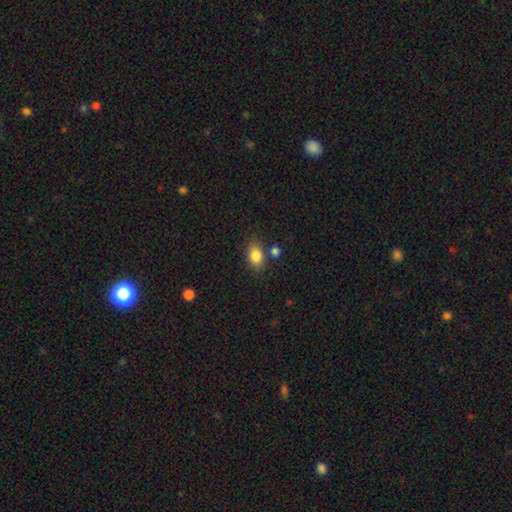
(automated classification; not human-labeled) Smooth or featured? Predicted: smooth (p=0.85). How rounded? Predicted: in between (p=0.80). Merging? Predicted: none (p=0.75).